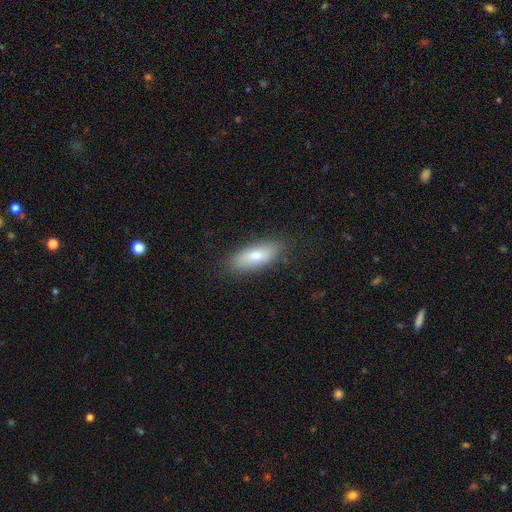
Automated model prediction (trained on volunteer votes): Smooth or featured?
  - smooth: 74% *
  - featured or disk: 19%
  - star or artifact: 7%
How rounded?
  - in between: 73% *
  - cigar-shaped: 24%
  - round: 3%
Merging?
  - none: 86% *
  - minor disturbance: 10%
  - major disturbance: 3%
  - merger: 1%